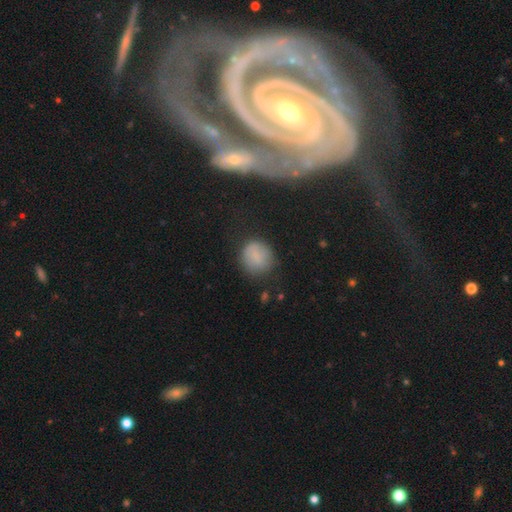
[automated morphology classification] This is likely a smooth galaxy (79%). How rounded: clearly round (83%). Merging: likely none (75%).